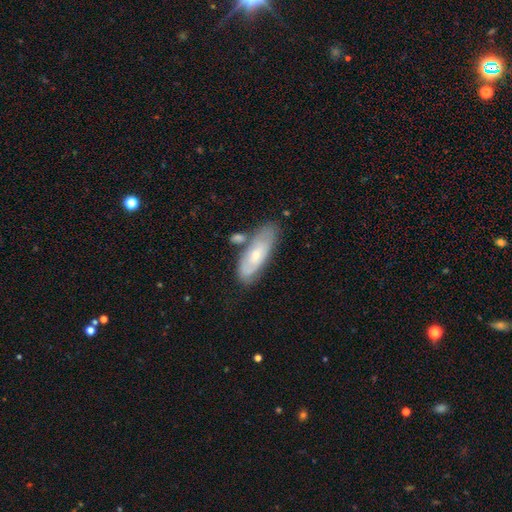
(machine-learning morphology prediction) Smooth or featured? Predicted: smooth (p=0.51). How rounded? Predicted: in between (p=0.65). Merging? Predicted: none (p=0.61).